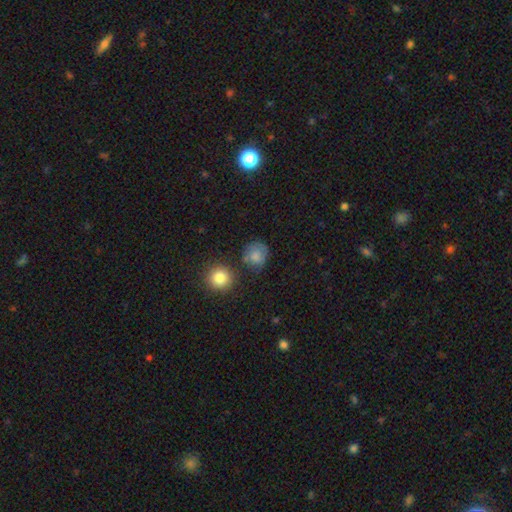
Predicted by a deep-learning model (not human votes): Smooth or featured: smooth — 78% (featured or disk — 12%)
How rounded: round — 84% (in between — 15%)
Merging: none — 63% (minor disturbance — 21%)